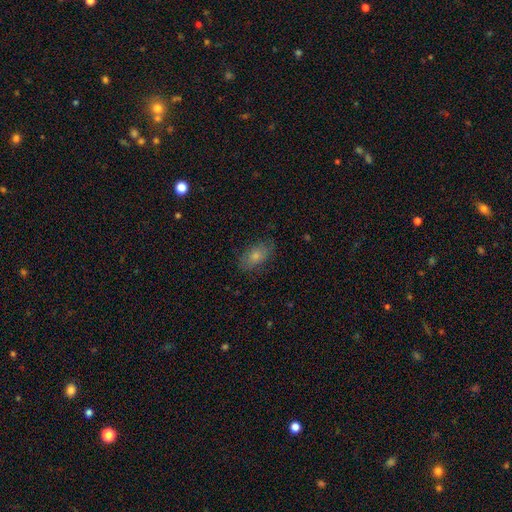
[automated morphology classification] Smooth or featured?
  - smooth: 58% *
  - featured or disk: 25%
  - star or artifact: 17%
How rounded?
  - in between: 84% *
  - round: 11%
  - cigar-shaped: 5%
Merging?
  - none: 80% *
  - minor disturbance: 14%
  - major disturbance: 4%
  - merger: 1%